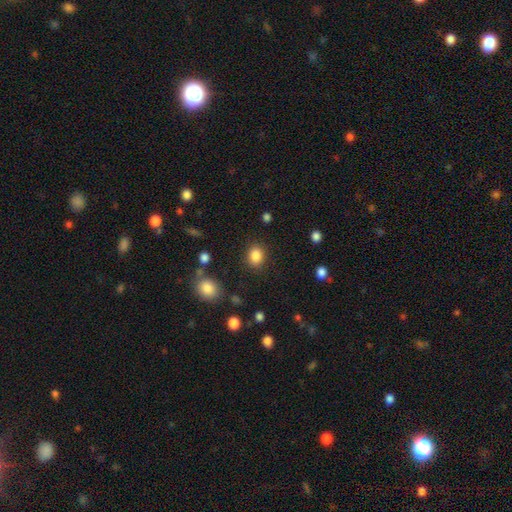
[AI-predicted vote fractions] Morphology: type=smooth (85%); roundness=round (57%); merging=none (86%).